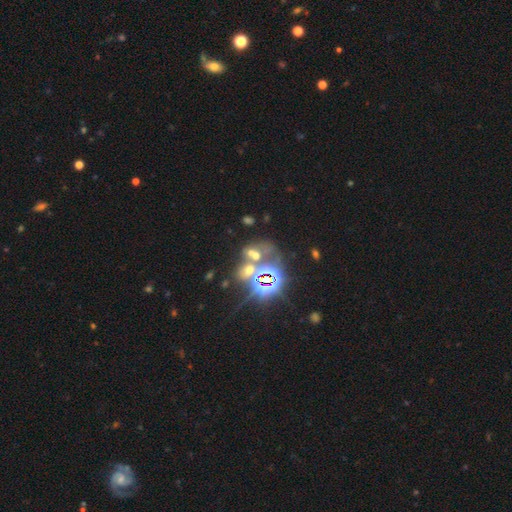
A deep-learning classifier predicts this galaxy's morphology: Smooth or featured? Predicted: star or artifact (p=0.47).